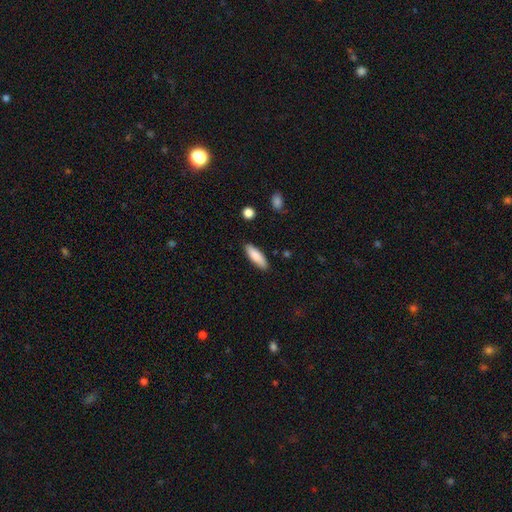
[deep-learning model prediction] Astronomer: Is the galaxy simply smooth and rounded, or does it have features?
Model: smooth — 85%.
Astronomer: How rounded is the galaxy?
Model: in between — 50% (runner-up: cigar-shaped, 49%).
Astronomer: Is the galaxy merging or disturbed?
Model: none — 87%.